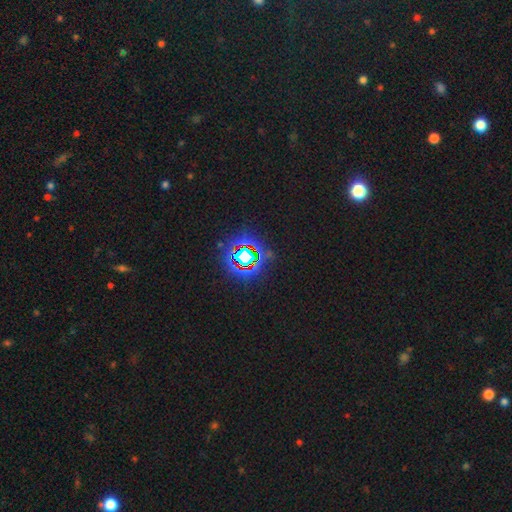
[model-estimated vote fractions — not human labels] Smooth or featured: star or artifact — 79% (smooth — 13%)